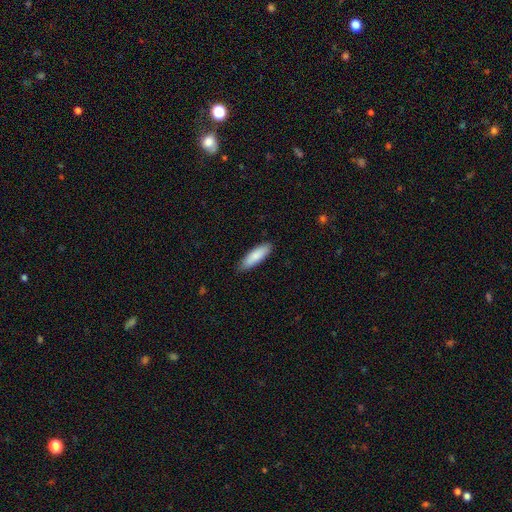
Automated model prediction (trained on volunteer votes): Smooth or featured: smooth — 86% (featured or disk — 9%)
How rounded: cigar-shaped — 52% (in between — 47%)
Merging: none — 85% (minor disturbance — 12%)